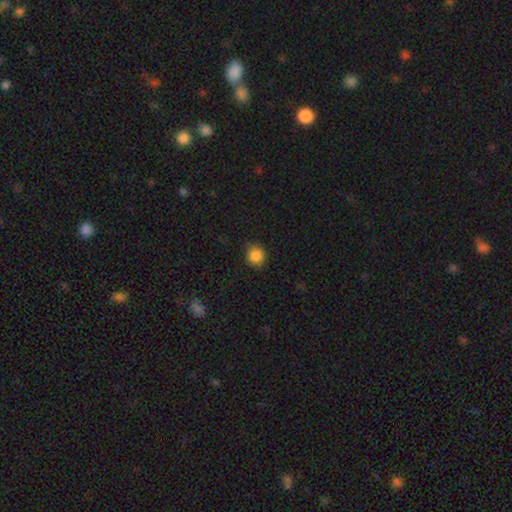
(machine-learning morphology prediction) Q: Smooth or featured?
A: smooth (87%); runner-up: star or artifact (10%)
Q: How rounded?
A: round (83%); runner-up: in between (16%)
Q: Merging?
A: none (84%); runner-up: minor disturbance (13%)